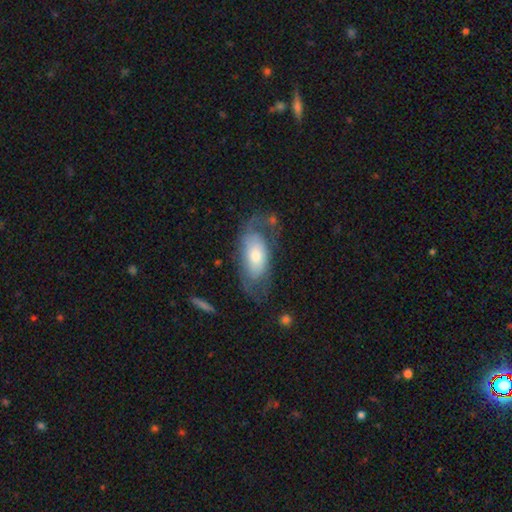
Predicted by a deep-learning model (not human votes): Smooth or featured: featured or disk — 55% (smooth — 38%)
Edge-on disk: no — 90% (yes — 10%)
Merging: none — 49% (major disturbance — 24%)